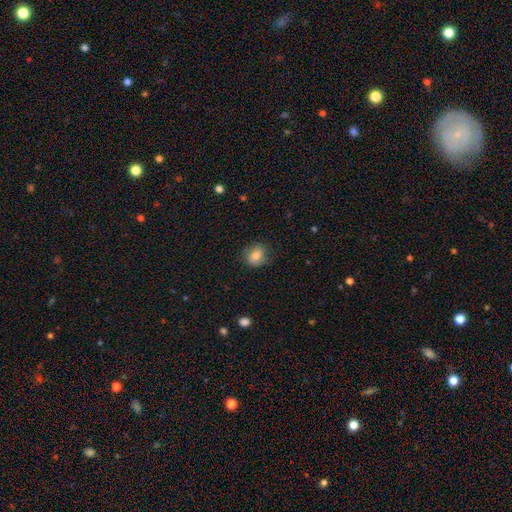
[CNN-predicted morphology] The model was most divided on "how rounded": round: 58%, in between: 41%, cigar-shaped: 1%. More confident: smooth or featured — smooth (77%); merging — none (73%).